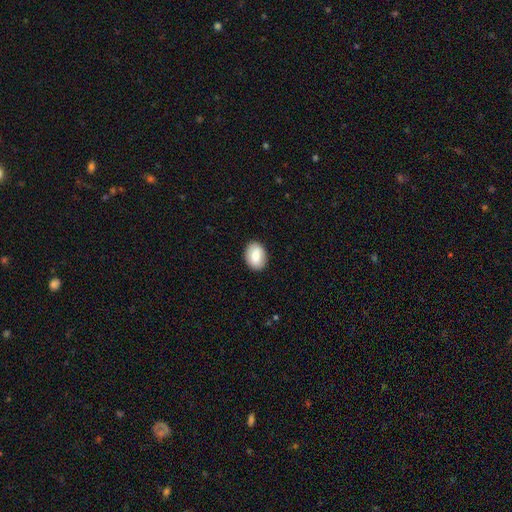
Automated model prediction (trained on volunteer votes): The model was most divided on "how rounded": in between: 81%, round: 18%, cigar-shaped: 1%. More confident: merging — none (89%); smooth or featured — smooth (80%).